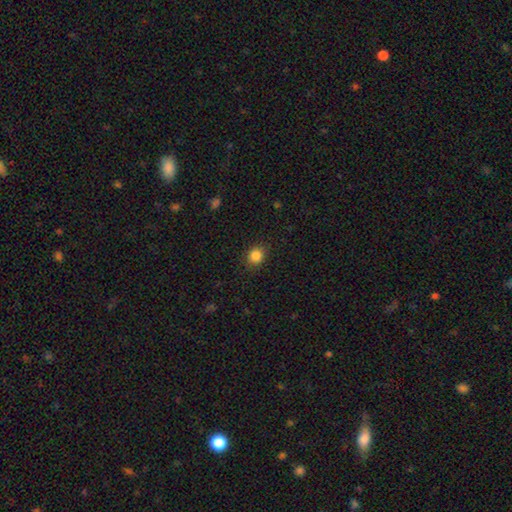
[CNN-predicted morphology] type=smooth (85%); roundness=round (72%); merging=none (86%).